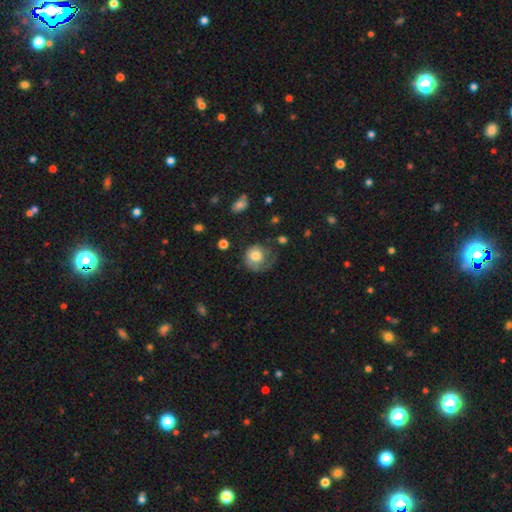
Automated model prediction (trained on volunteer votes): Smooth or featured? smooth (67%)
How rounded? round (82%)
Merging? none (39%)